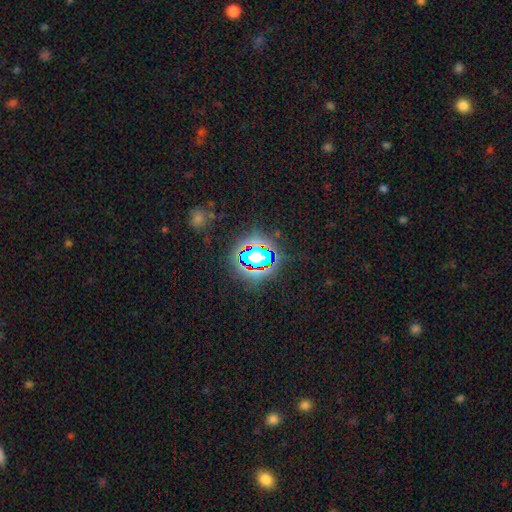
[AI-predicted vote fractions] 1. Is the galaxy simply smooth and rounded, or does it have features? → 64% star or artifact, 23% smooth, 13% featured or disk.